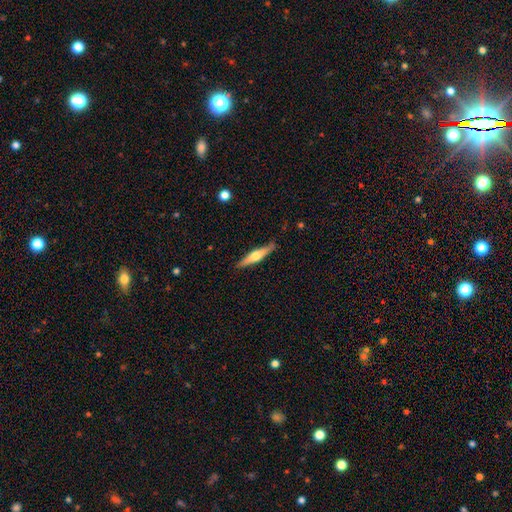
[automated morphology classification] Smooth or featured? Predicted: featured or disk (p=0.56). Edge-on disk? Predicted: yes (p=0.96). Edge-on bulge? Predicted: rounded (p=0.90). Merging? Predicted: none (p=0.87).